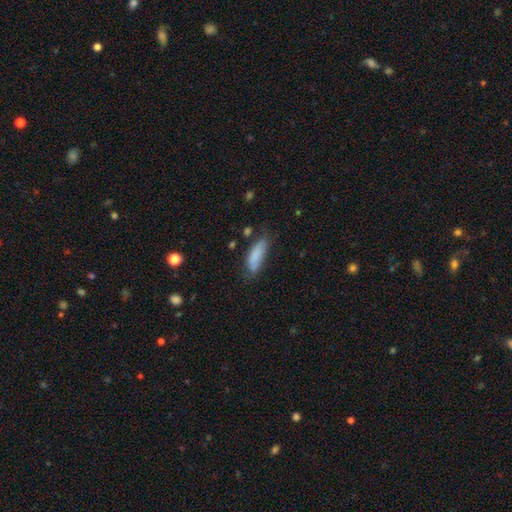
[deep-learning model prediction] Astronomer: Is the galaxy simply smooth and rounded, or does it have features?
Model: smooth — 83%.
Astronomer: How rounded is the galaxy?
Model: in between — 58% (runner-up: cigar-shaped, 40%).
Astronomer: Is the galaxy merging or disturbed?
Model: none — 59%.